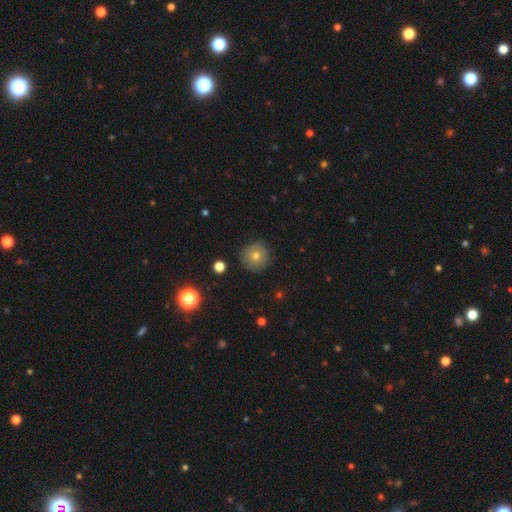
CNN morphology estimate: A smooth galaxy with no disk features (67%) that is round (95%).

Vote fractions:
- Smooth or featured? smooth: 67% / featured or disk: 19% / star or artifact: 15%
- How rounded? round: 95% / in between: 4% / cigar-shaped: 1%
- Merging? none: 89% / minor disturbance: 8% / major disturbance: 2% / merger: 1%